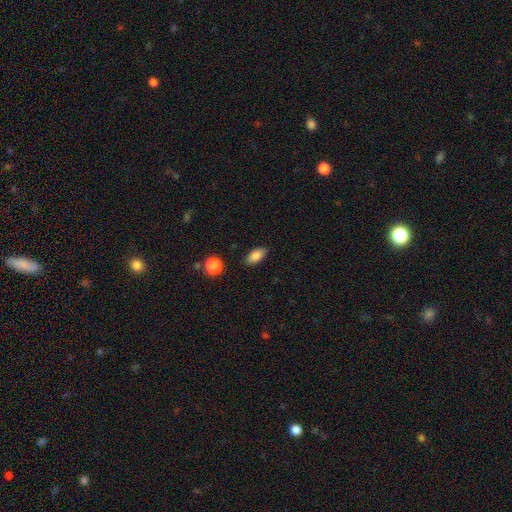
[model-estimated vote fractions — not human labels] smooth 81%, featured or disk 10%, star or artifact 9%. Down the decision tree: how rounded — in between (86%); merging — none (85%).